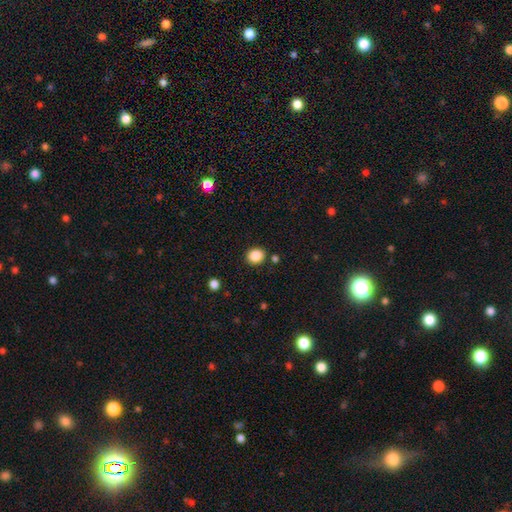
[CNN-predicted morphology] Smooth or featured?
  - smooth: 87% *
  - star or artifact: 10%
  - featured or disk: 3%
How rounded?
  - round: 73% *
  - in between: 26%
  - cigar-shaped: 1%
Merging?
  - none: 86% *
  - minor disturbance: 8%
  - merger: 4%
  - major disturbance: 2%